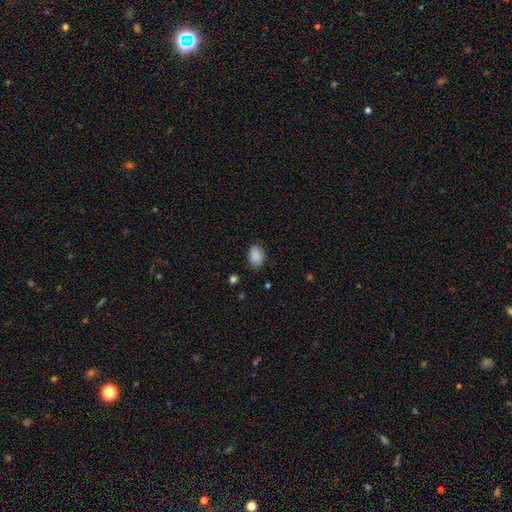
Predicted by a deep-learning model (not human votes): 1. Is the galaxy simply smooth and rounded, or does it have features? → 88% smooth, 8% star or artifact, 4% featured or disk.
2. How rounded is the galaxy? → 80% in between, 19% round, 1% cigar-shaped.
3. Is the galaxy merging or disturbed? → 79% none, 16% minor disturbance, 3% major disturbance, 1% merger.